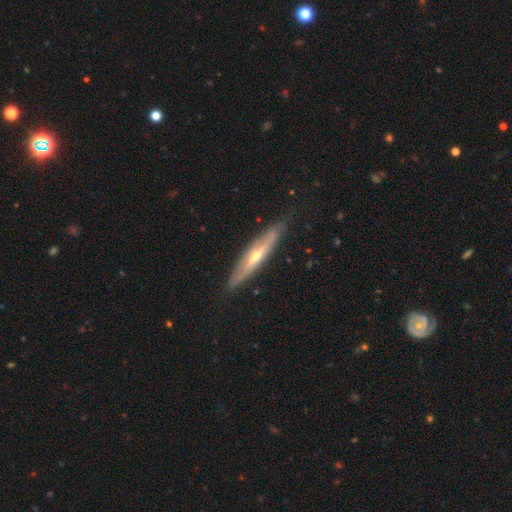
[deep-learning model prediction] smooth-or-featured: featured or disk: 70% | smooth: 24% | star or artifact: 6%
  disk-edge-on: yes: 84% | no: 16%
    edge-on-bulge: rounded: 79% | none: 16% | boxy: 4%
  merging: none: 82% | minor disturbance: 14% | major disturbance: 3% | merger: 1%